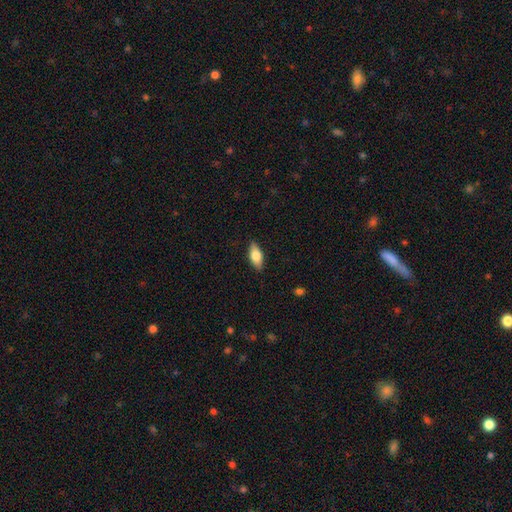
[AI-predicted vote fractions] Smooth or featured? Predicted: smooth (p=0.75). How rounded? Predicted: in between (p=0.84). Merging? Predicted: none (p=0.87).